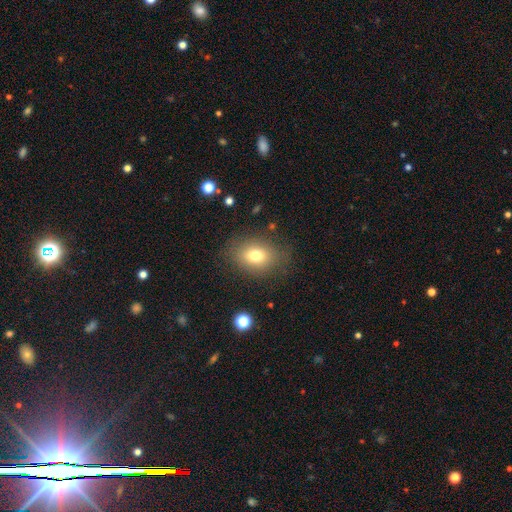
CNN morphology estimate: Smooth or featured?
  - smooth: 75% *
  - featured or disk: 13%
  - star or artifact: 12%
How rounded?
  - in between: 62% *
  - round: 37%
  - cigar-shaped: 1%
Merging?
  - none: 79% *
  - minor disturbance: 13%
  - major disturbance: 6%
  - merger: 2%